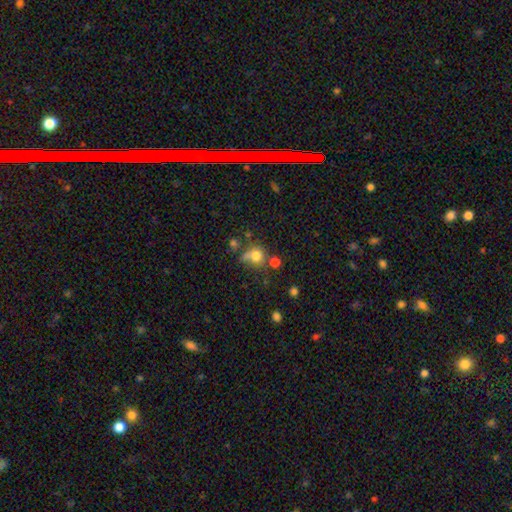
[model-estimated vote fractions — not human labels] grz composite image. It shows a smooth galaxy with no disk features (77%) that is round (83%). Merging: none (52%).